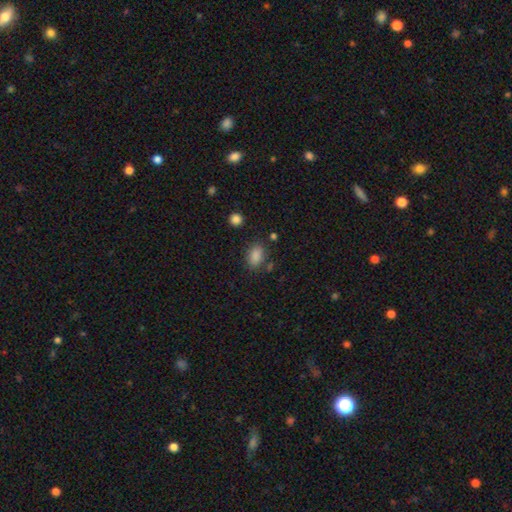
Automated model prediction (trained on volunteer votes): Smooth or featured: smooth — 86% (star or artifact — 10%)
How rounded: in between — 84% (round — 14%)
Merging: none — 77% (minor disturbance — 14%)